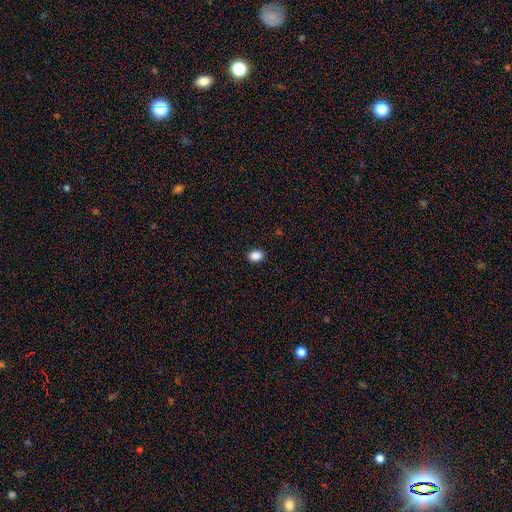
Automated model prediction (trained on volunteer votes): A smooth galaxy with no disk features (88%) that is in between round and cigar-shaped (64%).

Vote fractions:
- Smooth or featured? smooth: 88% / star or artifact: 9% / featured or disk: 3%
- How rounded? in between: 64% / round: 35% / cigar-shaped: 1%
- Merging? none: 90% / minor disturbance: 7% / major disturbance: 2% / merger: 1%